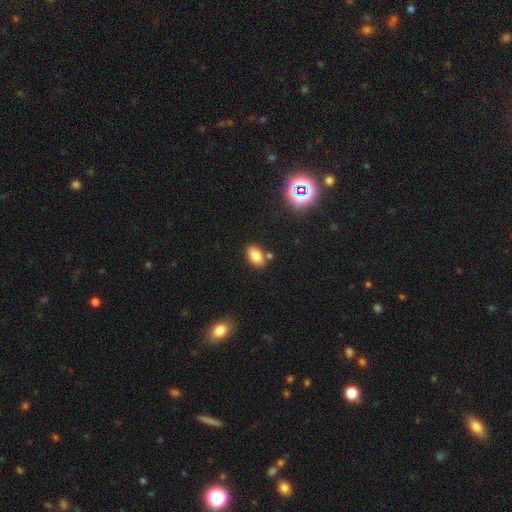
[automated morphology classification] type=smooth (81%); roundness=in between (90%); merging=none (79%).